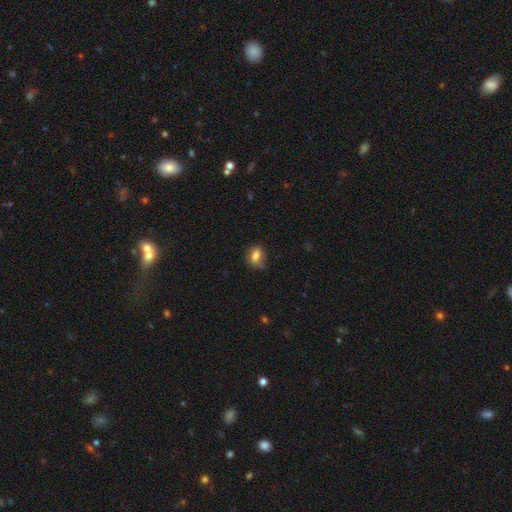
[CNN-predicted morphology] A smooth galaxy with no disk features (81%) that is in between round and cigar-shaped (77%).

Vote fractions:
- Smooth or featured? smooth: 81% / star or artifact: 10% / featured or disk: 9%
- How rounded? in between: 77% / round: 20% / cigar-shaped: 3%
- Merging? none: 60% / minor disturbance: 30% / major disturbance: 8% / merger: 3%